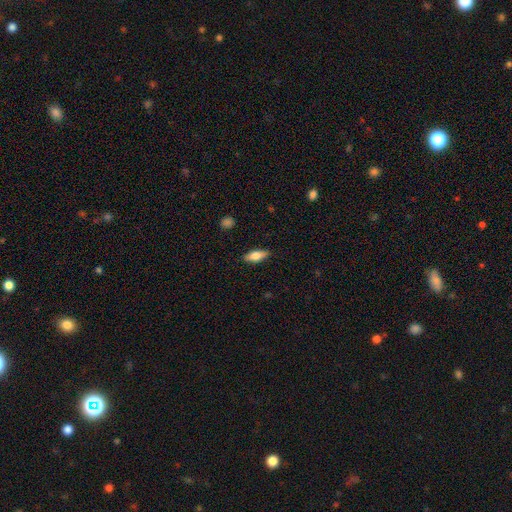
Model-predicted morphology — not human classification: Overall: smooth (67%; featured or disk 27%). How rounded: in between (70%). Merging: none (87%).